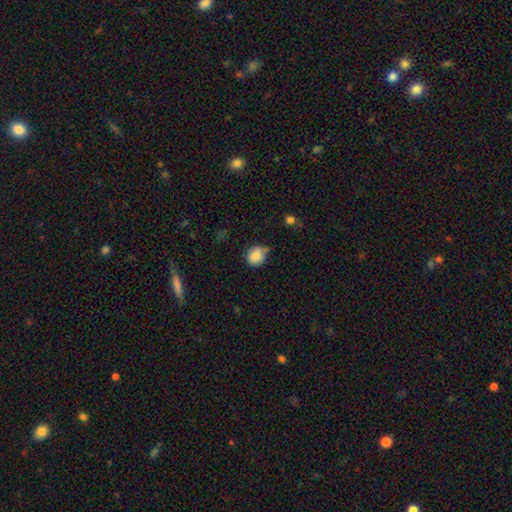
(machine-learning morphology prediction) smooth_or_featured: smooth (p=0.83) [alt: star or artifact p=0.09]
how_rounded: round (p=0.76) [alt: in between p=0.23]
merging: none (p=0.54) [alt: minor disturbance p=0.34]